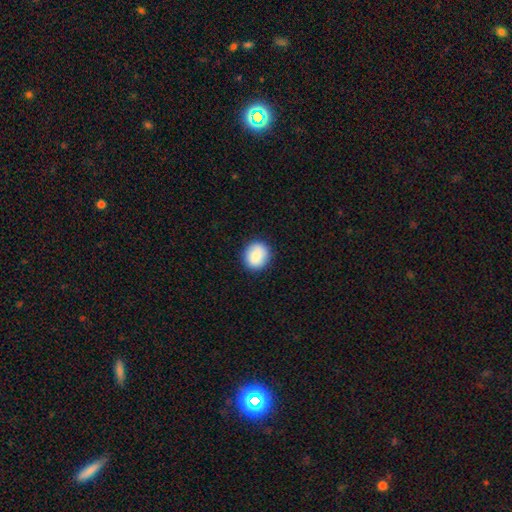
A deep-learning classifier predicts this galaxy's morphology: A smooth galaxy with no disk features (87%) that is round (79%). Merging: none (89%).